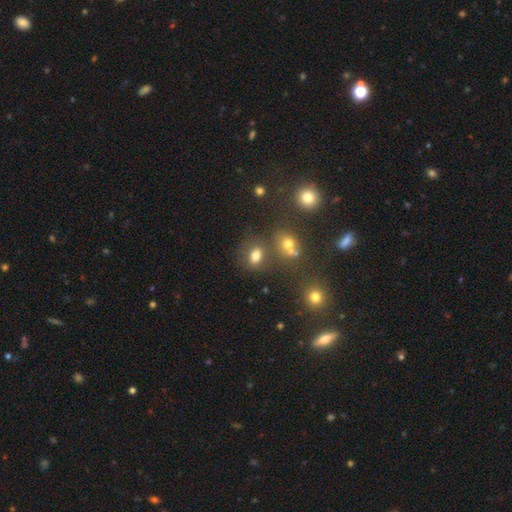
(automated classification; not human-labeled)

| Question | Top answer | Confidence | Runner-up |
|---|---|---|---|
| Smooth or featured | smooth | 72% | star or artifact (17%) |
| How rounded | in between | 67% | round (30%) |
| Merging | none | 66% | merger (15%) |